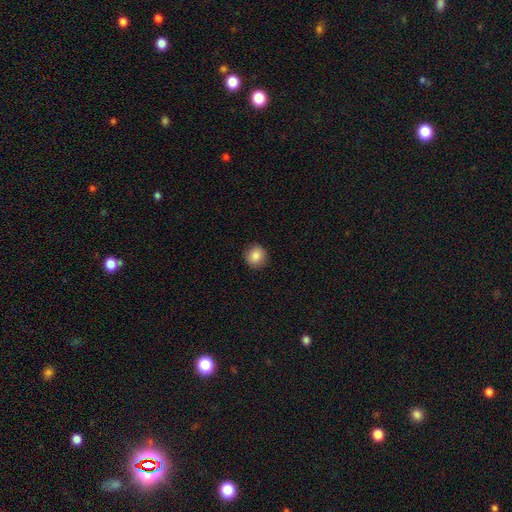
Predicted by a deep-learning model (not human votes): smooth 86%, star or artifact 9%, featured or disk 5%. Down the decision tree: how rounded — round (89%); merging — none (90%).